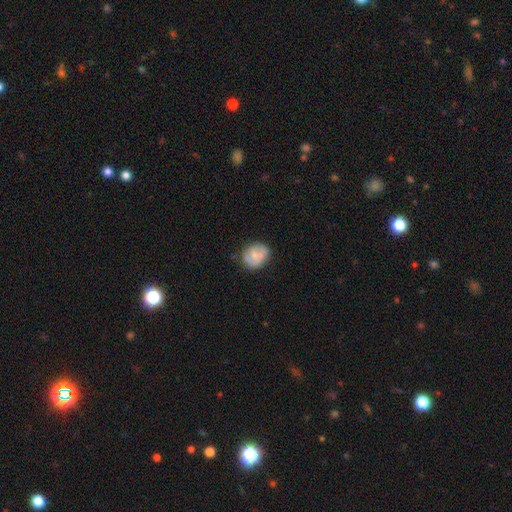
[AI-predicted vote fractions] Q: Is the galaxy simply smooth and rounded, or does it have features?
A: smooth — 54%.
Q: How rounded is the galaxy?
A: round — 62%.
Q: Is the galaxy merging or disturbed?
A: none — 62%.